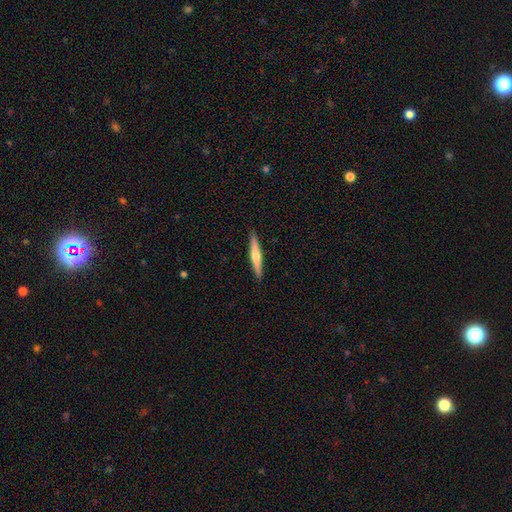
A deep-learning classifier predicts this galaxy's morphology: type=featured or disk (49%); merging=none (91%).